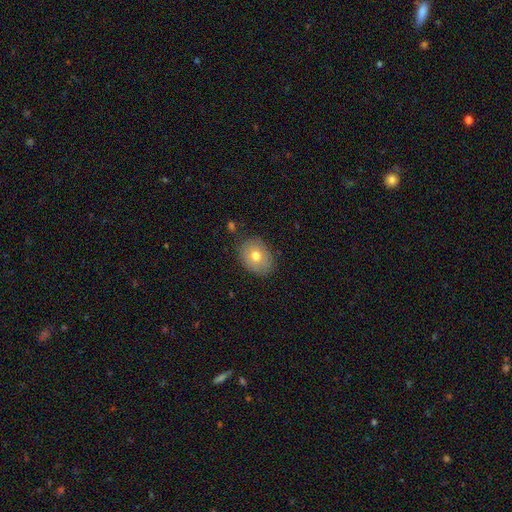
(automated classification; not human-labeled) This appears to be a smooth galaxy with no disk features (69%) that is in between round and cigar-shaped (60%). Merging: none (81%).